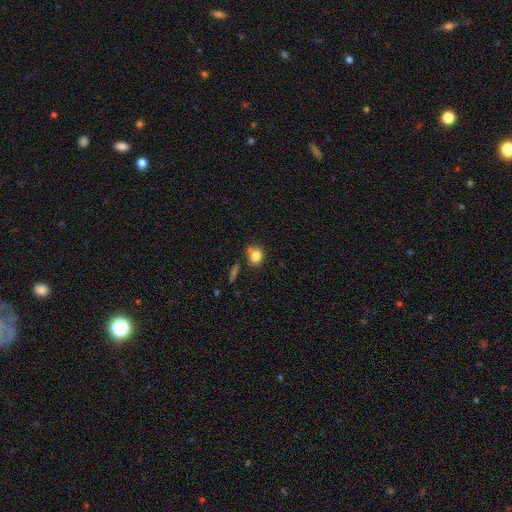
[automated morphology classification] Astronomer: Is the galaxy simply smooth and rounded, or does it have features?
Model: smooth — 82%.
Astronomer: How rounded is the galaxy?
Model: round — 68%.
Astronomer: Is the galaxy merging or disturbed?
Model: none — 65%.